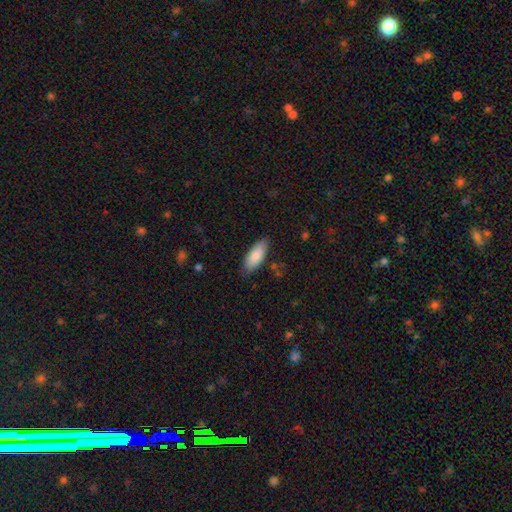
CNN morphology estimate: Smooth or featured? smooth (87%)
How rounded? in between (80%)
Merging? none (80%)